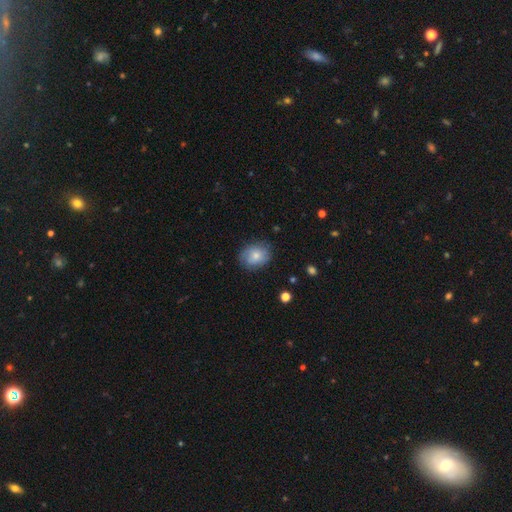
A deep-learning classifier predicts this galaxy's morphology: This is likely a smooth galaxy (75%). How rounded: possibly round (54%). Merging: likely none (79%).